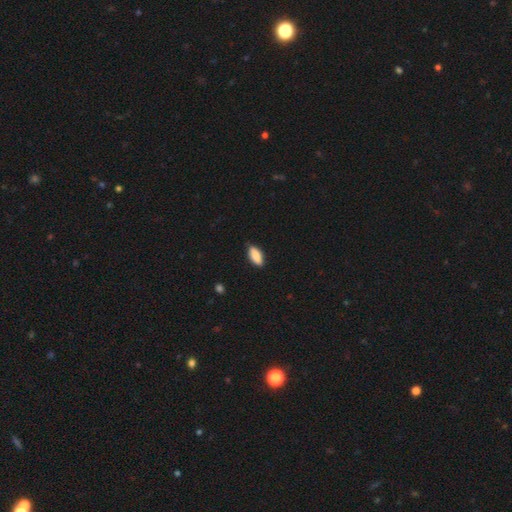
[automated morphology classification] type=smooth (88%); roundness=in between (85%); merging=none (85%).